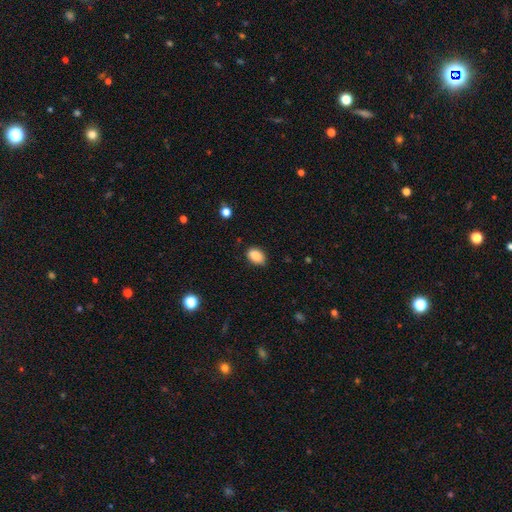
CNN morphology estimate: Smooth or featured? Predicted: smooth (p=0.87). How rounded? Predicted: in between (p=0.85). Merging? Predicted: none (p=0.83).